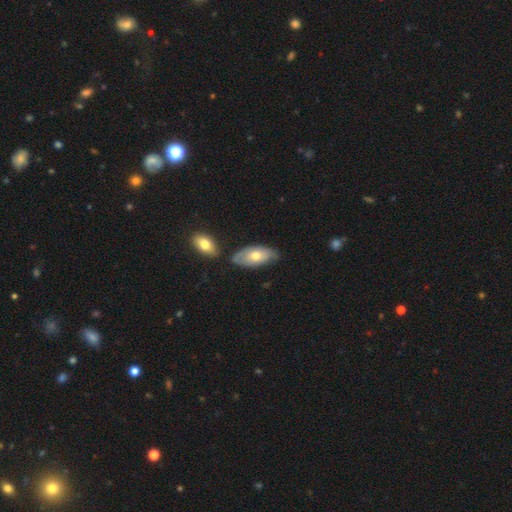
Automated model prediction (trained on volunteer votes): Smooth or featured? smooth (64%)
How rounded? in between (92%)
Merging? none (59%)